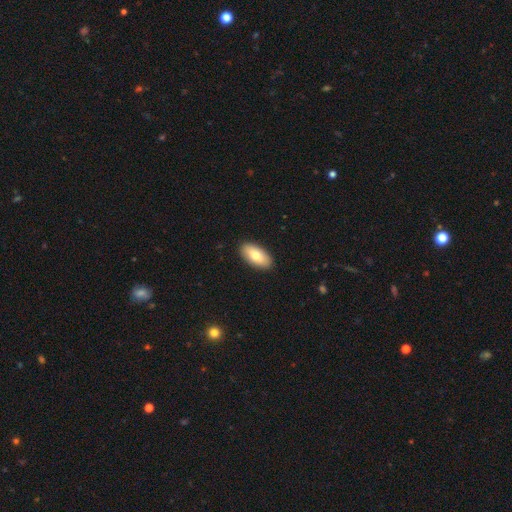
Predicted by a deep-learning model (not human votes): Q: Smooth or featured?
A: smooth (77%); runner-up: featured or disk (17%)
Q: How rounded?
A: in between (92%); runner-up: cigar-shaped (6%)
Q: Merging?
A: none (90%); runner-up: minor disturbance (7%)